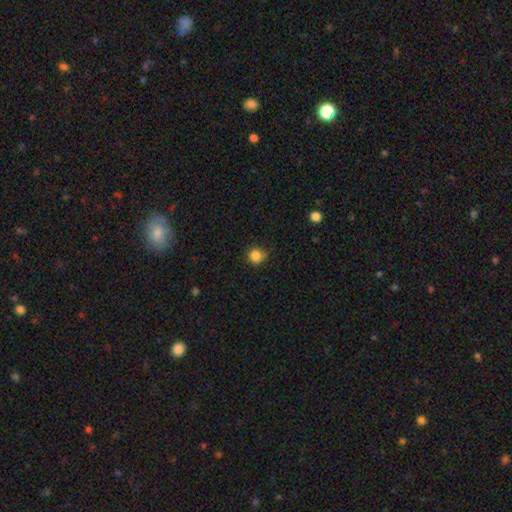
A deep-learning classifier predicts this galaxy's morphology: smooth_or_featured: smooth (p=0.85) [alt: star or artifact p=0.12]
how_rounded: round (p=0.93) [alt: in between p=0.06]
merging: none (p=0.83) [alt: minor disturbance p=0.13]